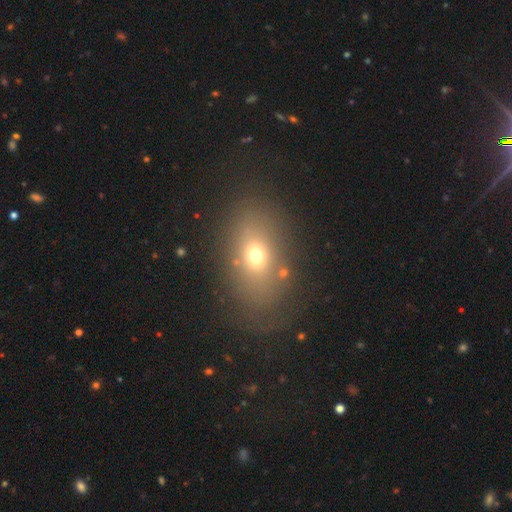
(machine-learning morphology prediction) The model was most divided on "how rounded": in between: 70%, round: 28%, cigar-shaped: 2%. More confident: merging — none (73%); smooth or featured — smooth (65%).